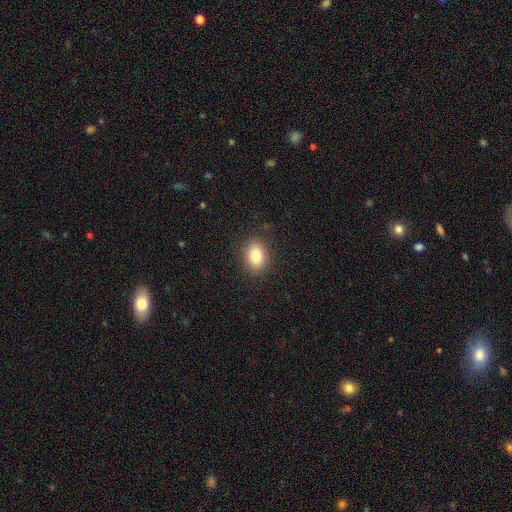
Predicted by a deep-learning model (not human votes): This appears to be a smooth galaxy with no disk features (82%) that is in between round and cigar-shaped (68%). Merging: none (88%).